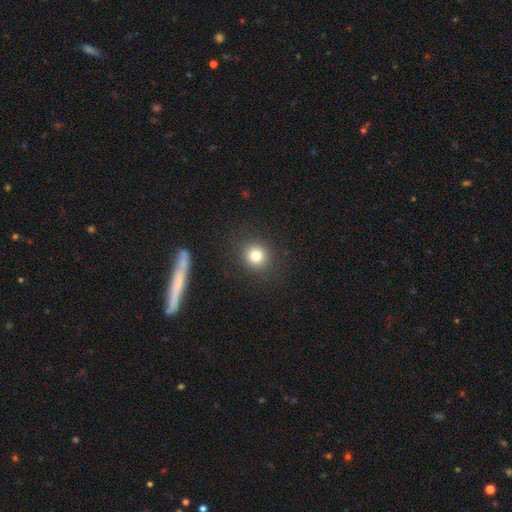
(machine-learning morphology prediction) smooth 81%, star or artifact 12%, featured or disk 7%. Down the decision tree: how rounded — round (89%); merging — none (88%).